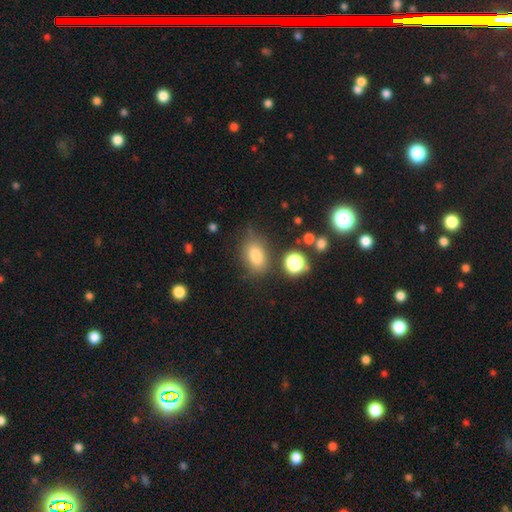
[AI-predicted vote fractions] smooth-or-featured: smooth: 80% | star or artifact: 12% | featured or disk: 8%
  how-rounded: in between: 82% | round: 16% | cigar-shaped: 2%
  merging: none: 73% | minor disturbance: 17% | major disturbance: 5% | merger: 5%